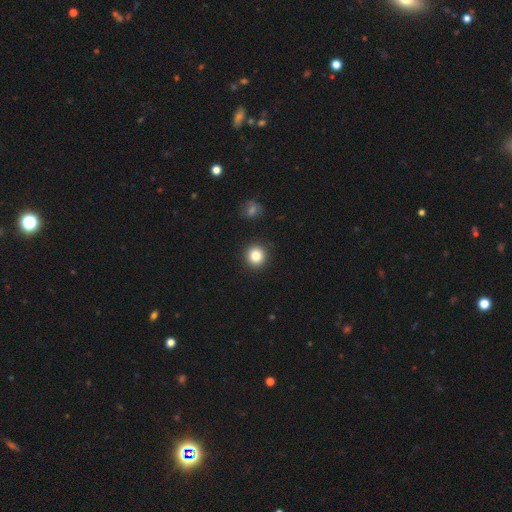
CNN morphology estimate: A smooth galaxy with no disk features (84%) that is round (93%).

Vote fractions:
- Smooth or featured? smooth: 84% / star or artifact: 11% / featured or disk: 6%
- How rounded? round: 93% / in between: 6% / cigar-shaped: 1%
- Merging? none: 91% / minor disturbance: 5% / major disturbance: 2% / merger: 2%